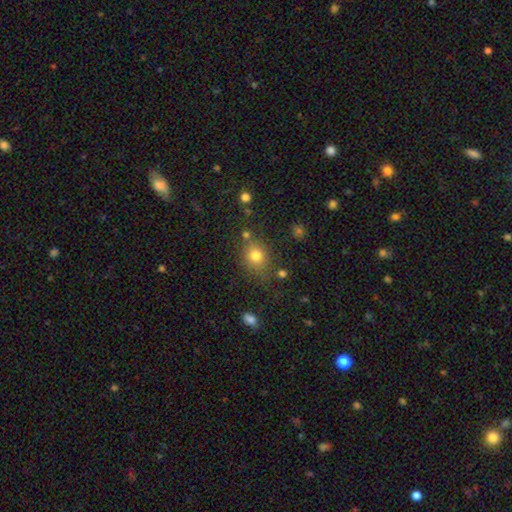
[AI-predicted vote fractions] The model was most divided on "how rounded": round: 67%, in between: 32%, cigar-shaped: 1%. More confident: smooth or featured — smooth (79%); merging — none (73%).